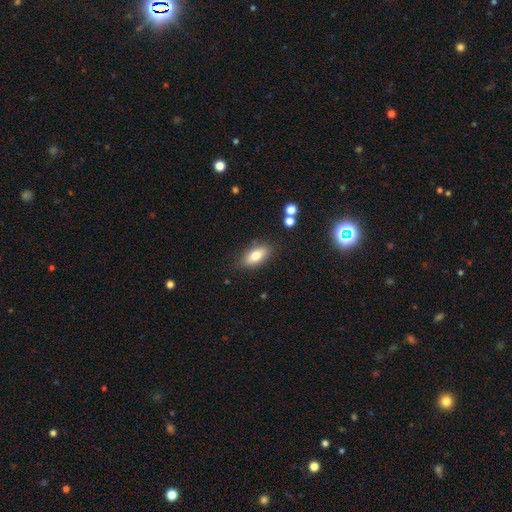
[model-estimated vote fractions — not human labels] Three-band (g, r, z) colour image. It shows a smooth galaxy with no disk features (76%) that is in between round and cigar-shaped (86%). Merging: none (83%).